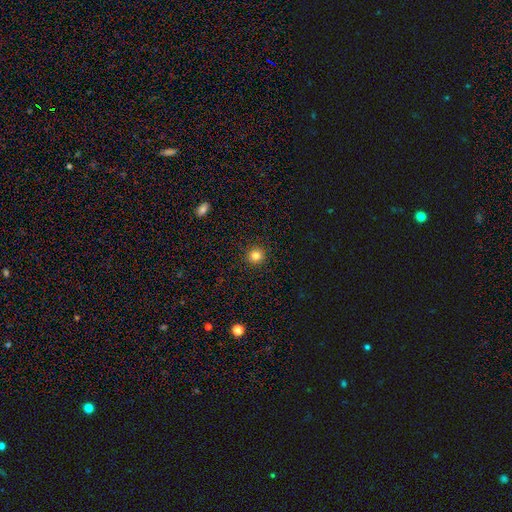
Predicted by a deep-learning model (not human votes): Morphology: type=smooth (83%); roundness=round (94%); merging=none (93%).